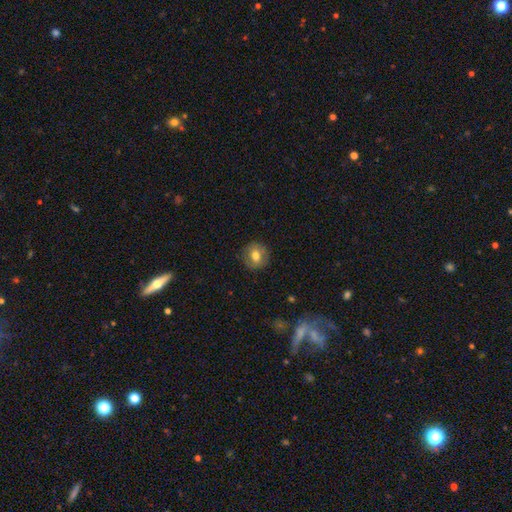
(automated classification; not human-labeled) Q: Smooth or featured?
A: smooth (69%); runner-up: featured or disk (23%)
Q: How rounded?
A: round (87%); runner-up: in between (12%)
Q: Merging?
A: none (87%); runner-up: minor disturbance (10%)